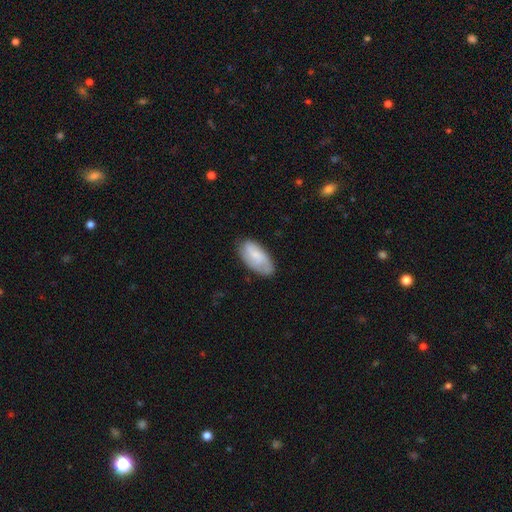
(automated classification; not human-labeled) Smooth or featured? Predicted: smooth (p=0.62). How rounded? Predicted: in between (p=0.91). Merging? Predicted: none (p=0.74).